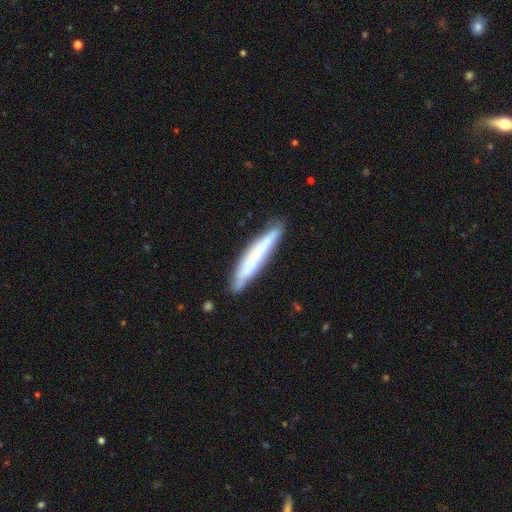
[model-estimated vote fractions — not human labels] Smooth or featured?
  - featured or disk: 49% *
  - smooth: 45%
  - star or artifact: 6%
Merging?
  - none: 80% *
  - minor disturbance: 15%
  - major disturbance: 3%
  - merger: 2%